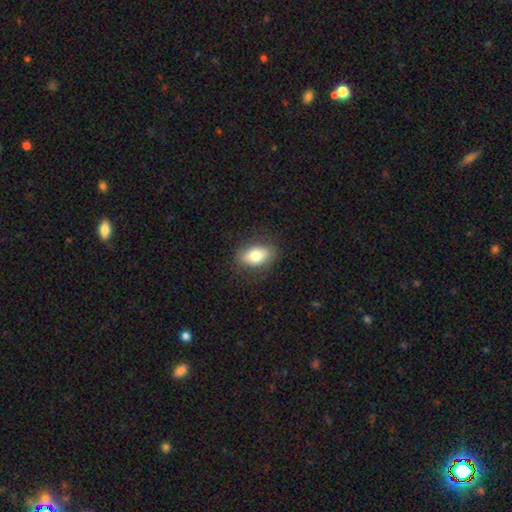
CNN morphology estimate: This is likely a smooth galaxy (76%). How rounded: clearly in between (85%). Merging: clearly none (84%).